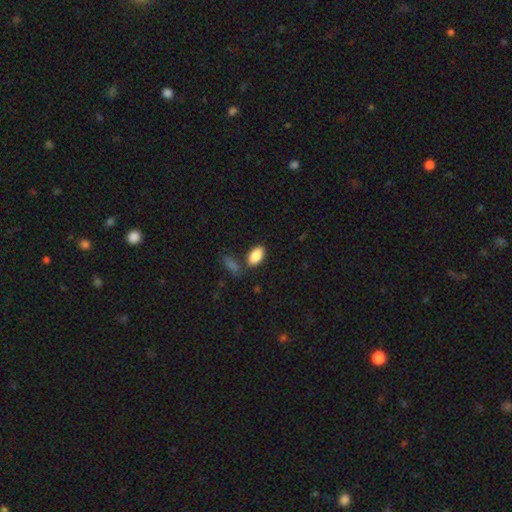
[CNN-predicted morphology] Smooth or featured: smooth — 88% (star or artifact — 7%)
How rounded: in between — 93% (round — 4%)
Merging: none — 75% (minor disturbance — 13%)